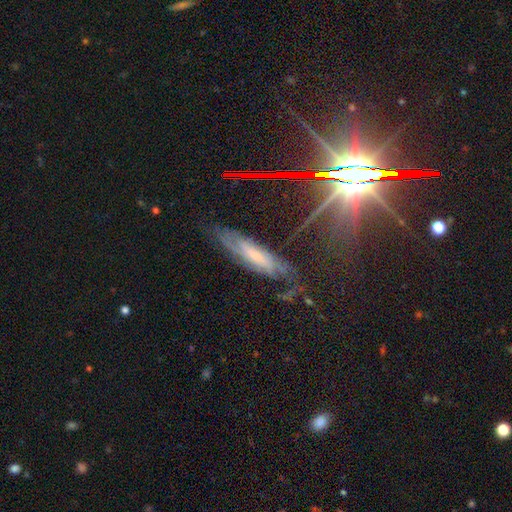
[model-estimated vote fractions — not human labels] featured or disk 65%, smooth 22%, star or artifact 13%. Down the decision tree: edge-on disk — no (66%); merging — none (69%).